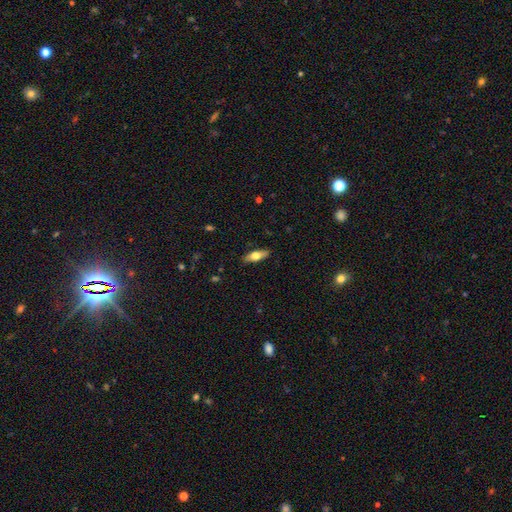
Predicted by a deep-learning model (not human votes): smooth 62%, featured or disk 32%, star or artifact 6%. Down the decision tree: how rounded — in between (64%); merging — none (88%).